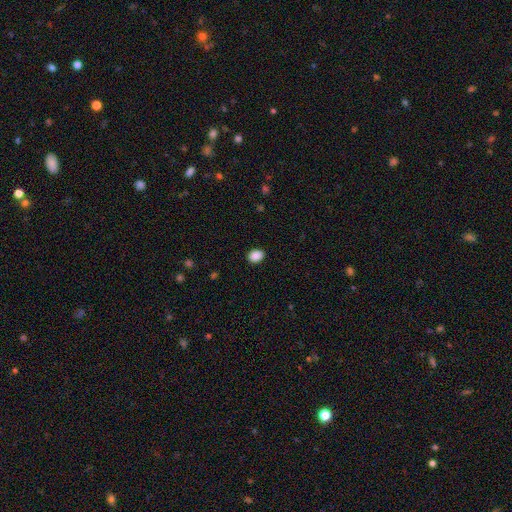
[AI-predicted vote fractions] Smooth or featured: smooth — 89% (star or artifact — 8%)
How rounded: in between — 61% (round — 38%)
Merging: none — 89% (minor disturbance — 8%)